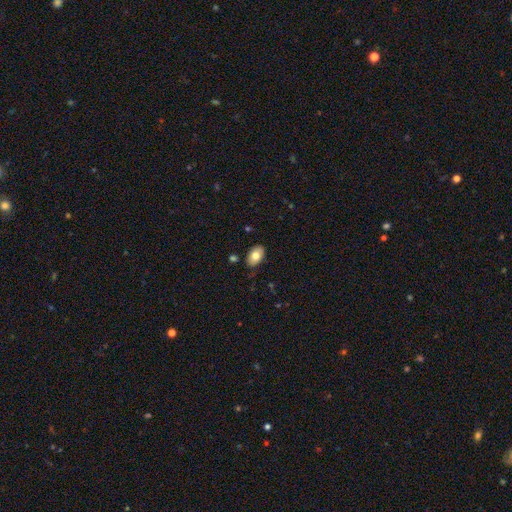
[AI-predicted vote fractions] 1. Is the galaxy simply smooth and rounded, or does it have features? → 75% smooth, 18% featured or disk, 7% star or artifact.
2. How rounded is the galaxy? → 91% in between, 8% round, 1% cigar-shaped.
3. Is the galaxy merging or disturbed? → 82% none, 14% minor disturbance, 2% major disturbance, 2% merger.